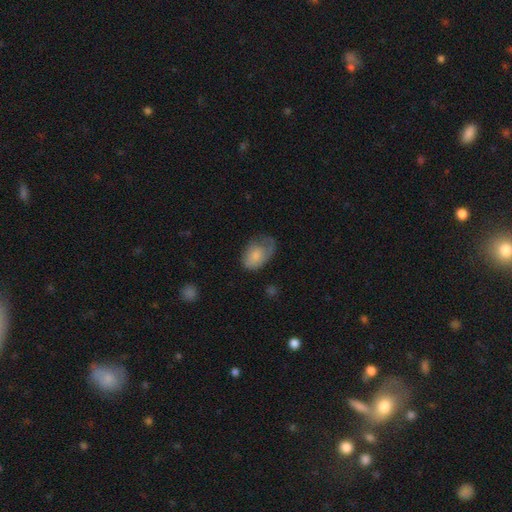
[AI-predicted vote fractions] smooth-or-featured: smooth: 71% | featured or disk: 22% | star or artifact: 7%
  how-rounded: in between: 86% | round: 13% | cigar-shaped: 1%
  merging: minor disturbance: 35% | none: 34% | major disturbance: 29% | merger: 2%